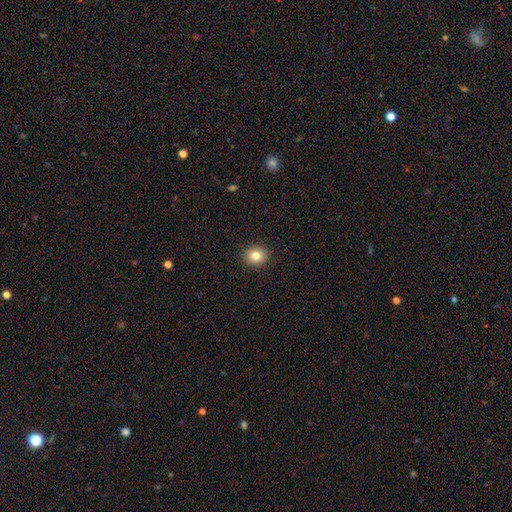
A smooth galaxy with no disk features (68%) that is round (74%). Merging: none (100%).